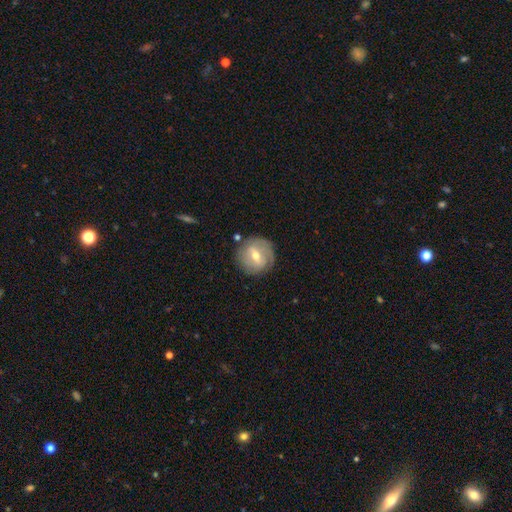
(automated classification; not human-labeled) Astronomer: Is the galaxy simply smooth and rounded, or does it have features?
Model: featured or disk — 56% (runner-up: smooth, 37%).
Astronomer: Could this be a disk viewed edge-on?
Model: no — 93%.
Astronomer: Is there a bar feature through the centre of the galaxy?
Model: weak — 51% (runner-up: strong, 30%).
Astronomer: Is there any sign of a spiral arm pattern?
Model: yes — 53% (runner-up: no, 47%).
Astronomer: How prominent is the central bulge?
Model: moderate — 67%.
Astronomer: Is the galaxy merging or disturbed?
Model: none — 79%.